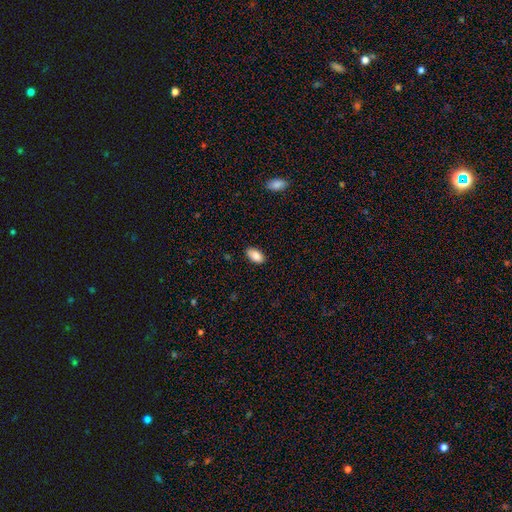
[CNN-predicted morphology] Smooth or featured? smooth (87%)
How rounded? in between (94%)
Merging? none (86%)